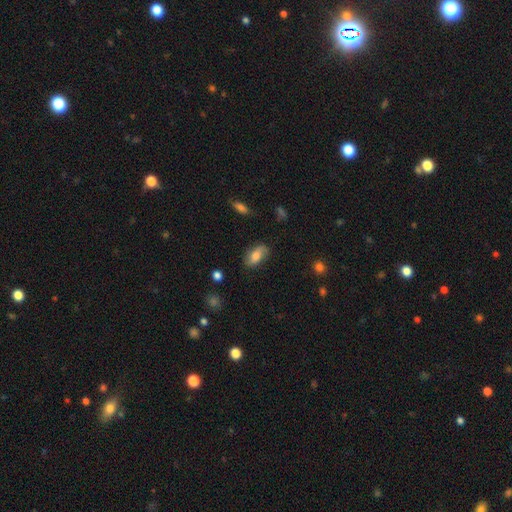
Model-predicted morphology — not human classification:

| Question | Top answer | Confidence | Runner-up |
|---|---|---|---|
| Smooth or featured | smooth | 68% | featured or disk (24%) |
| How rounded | in between | 92% | round (5%) |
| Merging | none | 73% | minor disturbance (20%) |